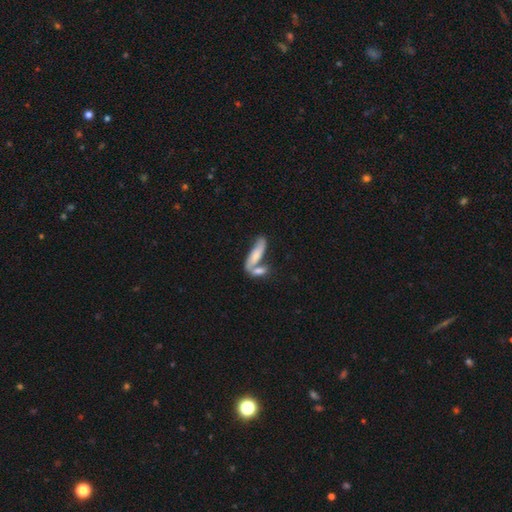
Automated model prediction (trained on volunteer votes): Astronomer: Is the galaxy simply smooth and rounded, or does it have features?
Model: smooth — 61%.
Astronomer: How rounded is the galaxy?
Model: cigar-shaped — 52% (runner-up: in between, 45%).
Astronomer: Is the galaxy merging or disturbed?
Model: merger — 53% (runner-up: none, 31%).